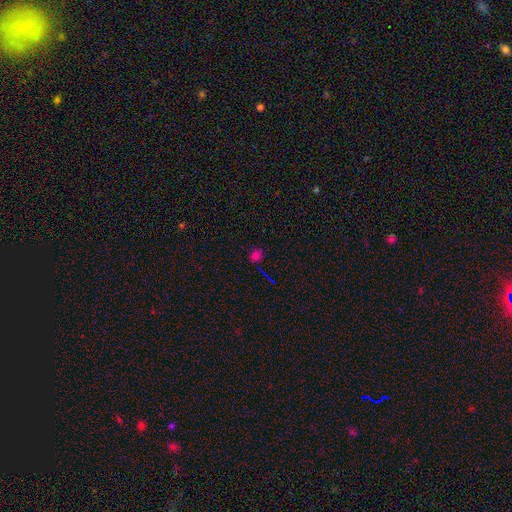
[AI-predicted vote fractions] Smooth or featured? smooth (64%)
How rounded? round (73%)
Merging? none (83%)